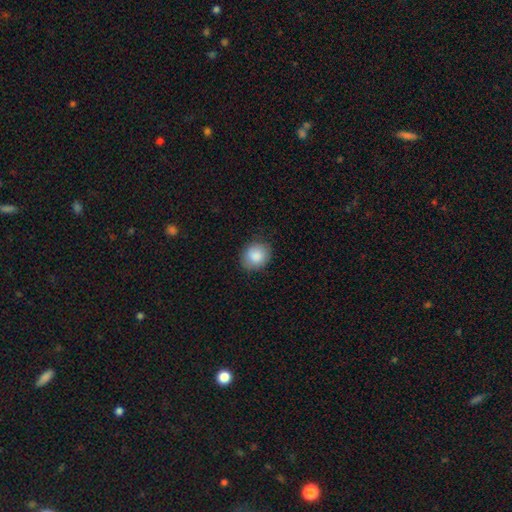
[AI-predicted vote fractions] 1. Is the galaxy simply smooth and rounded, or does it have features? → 86% smooth, 8% star or artifact, 6% featured or disk.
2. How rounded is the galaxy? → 68% round, 31% in between, 1% cigar-shaped.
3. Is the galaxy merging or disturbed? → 83% none, 13% minor disturbance, 3% major disturbance, 1% merger.